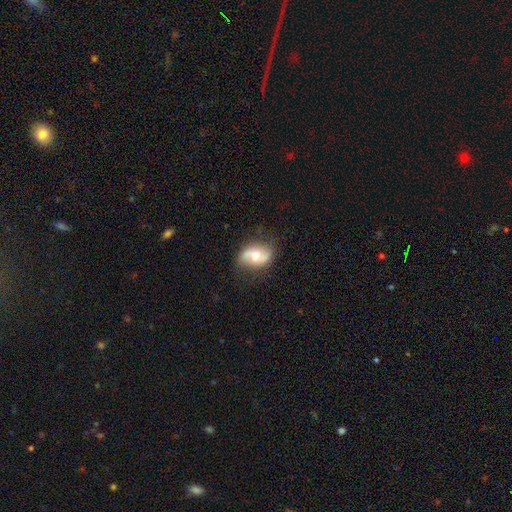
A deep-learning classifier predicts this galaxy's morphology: Smooth or featured? featured or disk (52%)
Edge-on disk? no (94%)
Merging? none (75%)